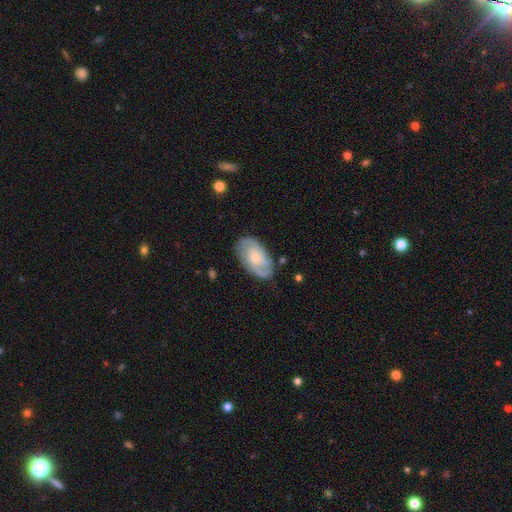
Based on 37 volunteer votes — smooth-or-featured: featured or disk: 76% | smooth: 19% | star or artifact: 5%
  disk-edge-on: no: 93% | yes: 7%
    bar: no: 77% | weak: 23% | strong: 0%
    has-spiral-arms: yes: 96% | no: 4%
      spiral-winding: medium: 44% | tight: 32% | loose: 24%
      spiral-arm-count: 2: 60% | 3: 20% | can't tell: 16% | 4: 4% | 1: 0% | more than 4: 0%
    bulge-size: moderate: 54% | small: 35% | large: 8% | none: 4% | dominant: 0%
  merging: none: 63% | minor disturbance: 17% | major disturbance: 14% | merger: 6%